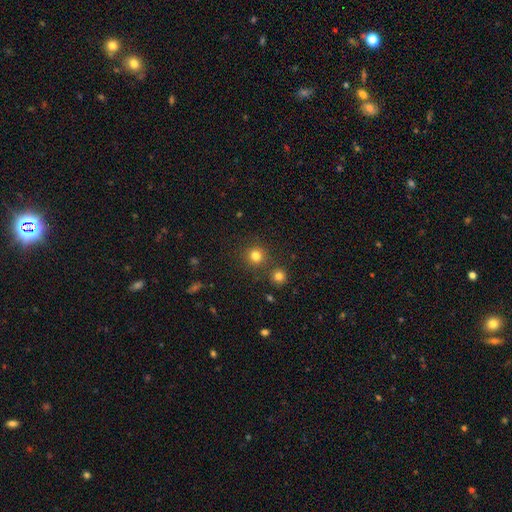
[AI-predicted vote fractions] Smooth or featured? Predicted: smooth (p=0.80). How rounded? Predicted: round (p=0.93). Merging? Predicted: none (p=0.82).